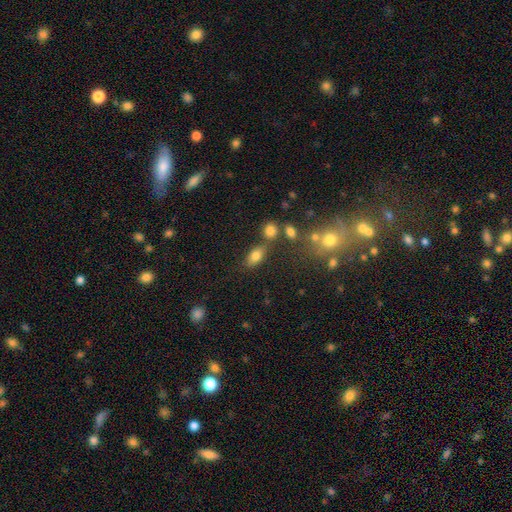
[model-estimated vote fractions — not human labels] A smooth galaxy with no disk features (78%) that is in between round and cigar-shaped (83%). Merging: none (66%).